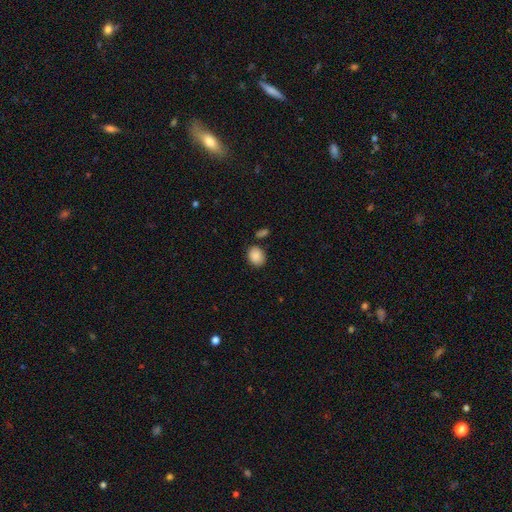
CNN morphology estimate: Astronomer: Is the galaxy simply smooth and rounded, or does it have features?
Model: smooth — 89%.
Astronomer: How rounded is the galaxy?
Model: in between — 61% (runner-up: round, 38%).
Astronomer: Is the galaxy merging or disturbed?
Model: none — 78%.